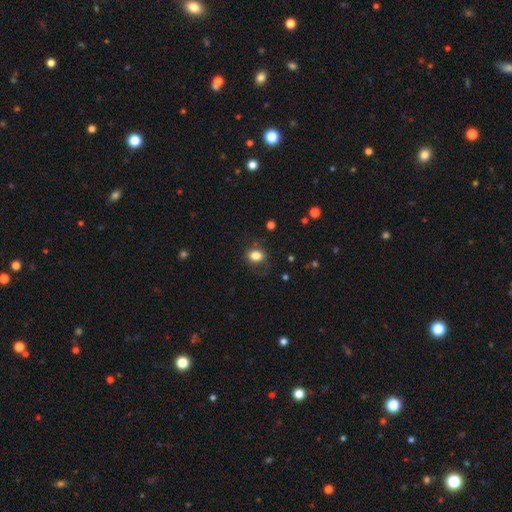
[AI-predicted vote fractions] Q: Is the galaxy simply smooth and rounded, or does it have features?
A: smooth — 81%.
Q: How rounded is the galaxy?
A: in between — 65%.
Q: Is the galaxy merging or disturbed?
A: none — 69%.